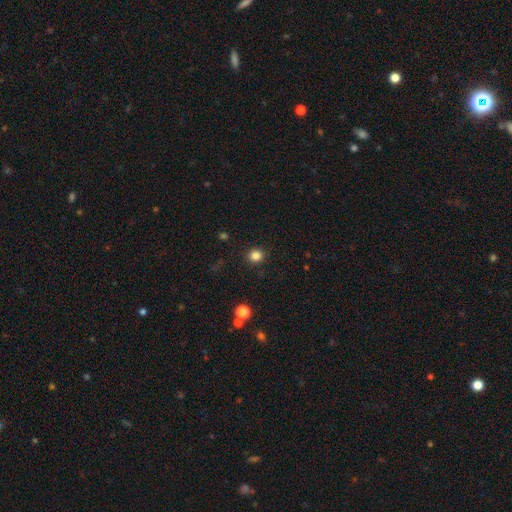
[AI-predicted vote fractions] smooth 84%, star or artifact 12%, featured or disk 4%. Down the decision tree: how rounded — round (88%); merging — none (91%).